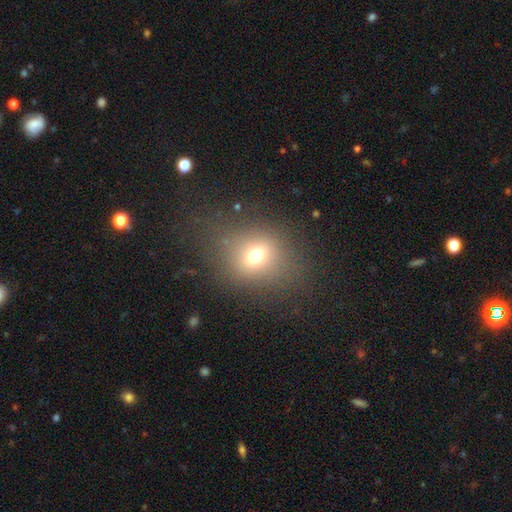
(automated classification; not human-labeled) Smooth or featured? Predicted: smooth (p=0.68). How rounded? Predicted: round (p=0.65). Merging? Predicted: none (p=0.78).